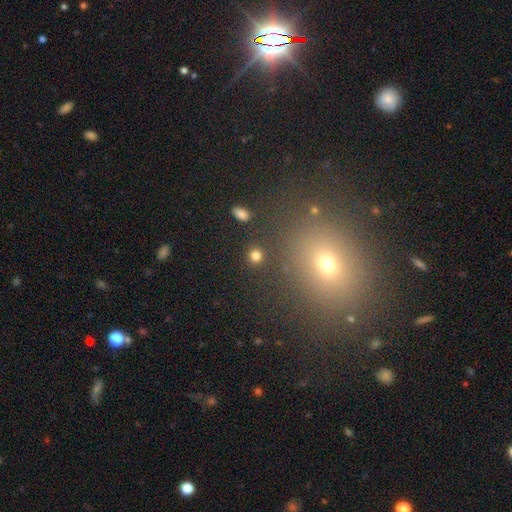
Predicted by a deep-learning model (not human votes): This is clearly a smooth galaxy (81%). How rounded: clearly round (87%). Merging: clearly none (89%).